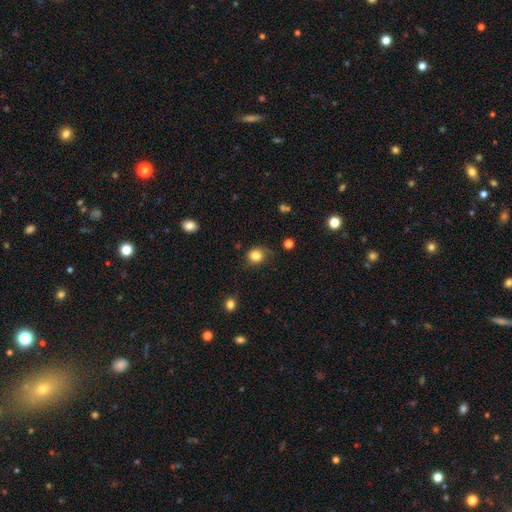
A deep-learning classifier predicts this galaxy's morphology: smooth 83%, star or artifact 11%, featured or disk 7%. Down the decision tree: how rounded — round (75%); merging — none (66%).